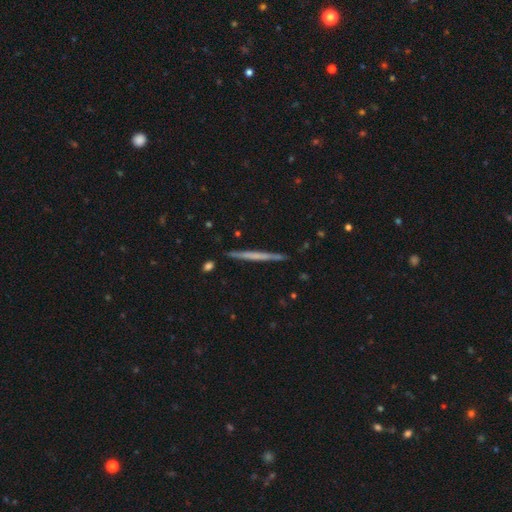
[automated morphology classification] This is possibly a featured or disk galaxy (53%). It is clearly viewed edge-on (97%). Edge-on bulge: clearly none (87%). Merging: clearly none (90%).